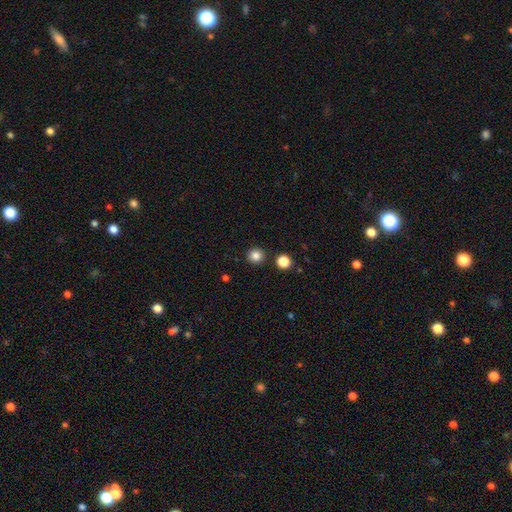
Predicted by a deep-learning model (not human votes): Smooth or featured? smooth (84%)
How rounded? round (93%)
Merging? none (90%)